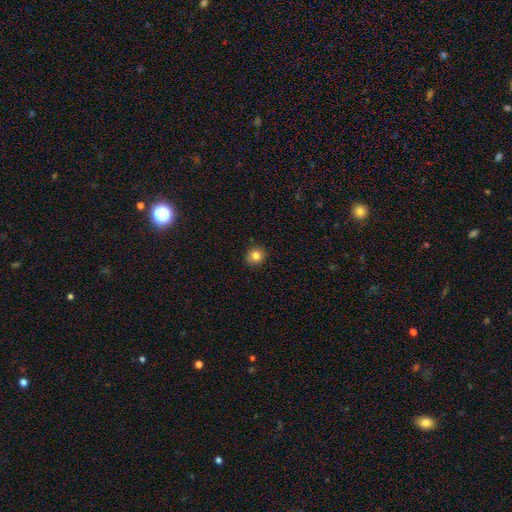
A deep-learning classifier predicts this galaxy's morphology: Overall: smooth (82%). How rounded: round (86%). Merging: none (91%).